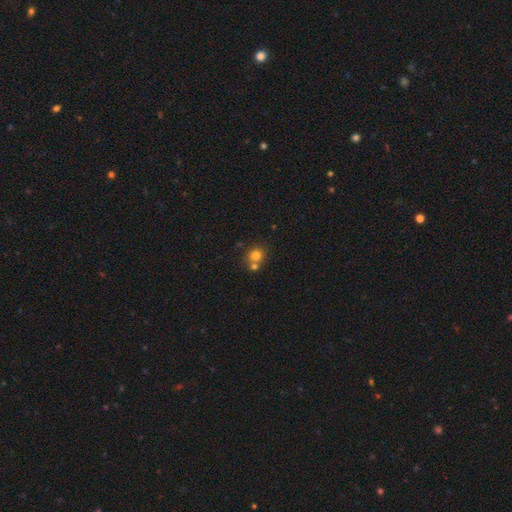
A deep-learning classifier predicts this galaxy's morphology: smooth-or-featured: smooth: 79% | star or artifact: 12% | featured or disk: 9%
  how-rounded: round: 83% | in between: 16% | cigar-shaped: 1%
  merging: none: 56% | merger: 34% | minor disturbance: 8% | major disturbance: 3%